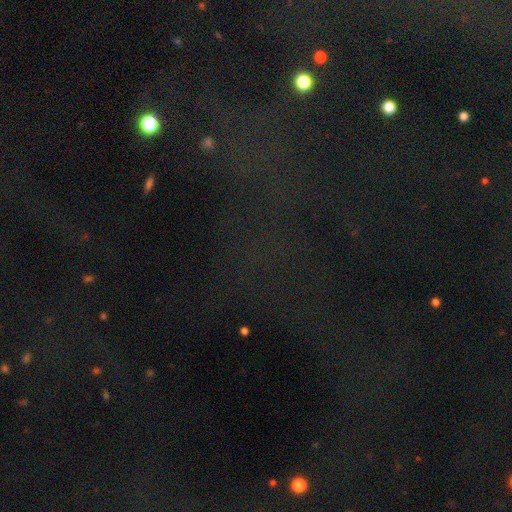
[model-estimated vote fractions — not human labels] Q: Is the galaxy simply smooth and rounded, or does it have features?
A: star or artifact — 71%.